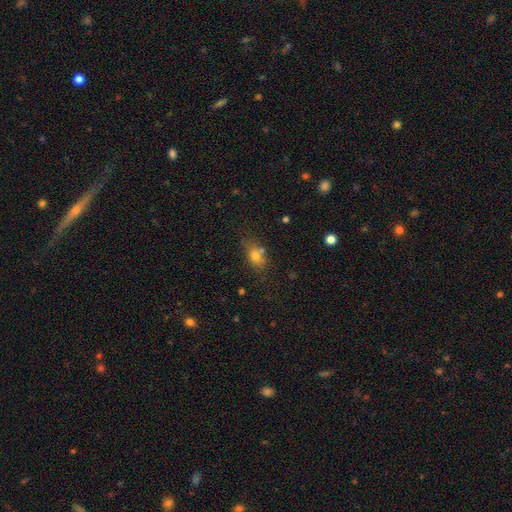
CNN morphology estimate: Smooth or featured: smooth — 74% (star or artifact — 14%)
How rounded: in between — 67% (round — 29%)
Merging: none — 63% (minor disturbance — 18%)